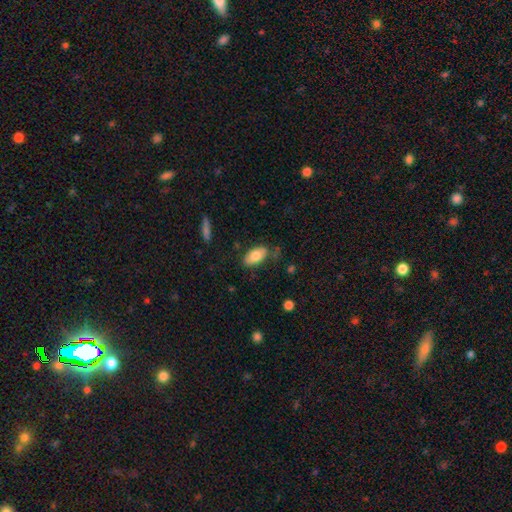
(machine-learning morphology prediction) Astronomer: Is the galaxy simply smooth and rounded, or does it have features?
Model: smooth — 78%.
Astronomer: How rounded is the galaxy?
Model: in between — 93%.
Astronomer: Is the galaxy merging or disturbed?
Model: none — 73%.